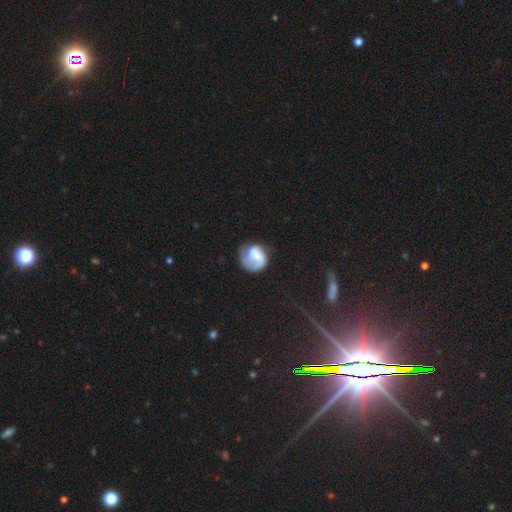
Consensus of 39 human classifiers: smooth_or_featured: featured or disk (p=0.59) [alt: smooth p=0.31]
disk_edge_on: no (p=1.00)
bar: no (p=0.43) [alt: weak p=0.35]
has_spiral_arms: yes (p=0.78) [alt: no p=0.22]
spiral_winding: medium (p=0.50) [alt: loose p=0.28]
spiral_arm_count: 1 (p=0.44) [alt: 2 p=0.39]
bulge_size: small (p=0.43) [alt: none p=0.26]
merging: minor disturbance (p=0.37) [alt: none p=0.31]